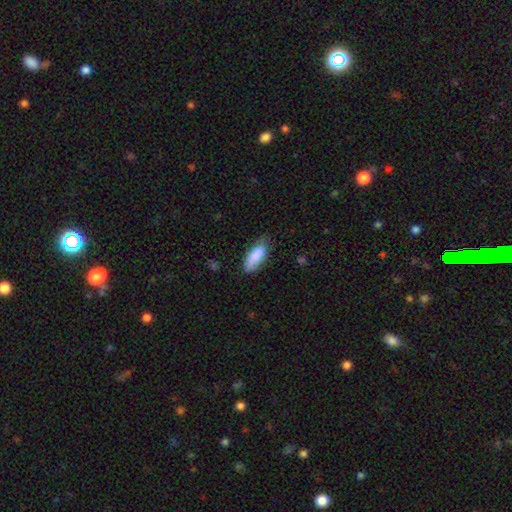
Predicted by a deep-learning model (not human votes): Q: Smooth or featured?
A: smooth (85%); runner-up: featured or disk (9%)
Q: How rounded?
A: in between (78%); runner-up: cigar-shaped (20%)
Q: Merging?
A: none (60%); runner-up: minor disturbance (32%)